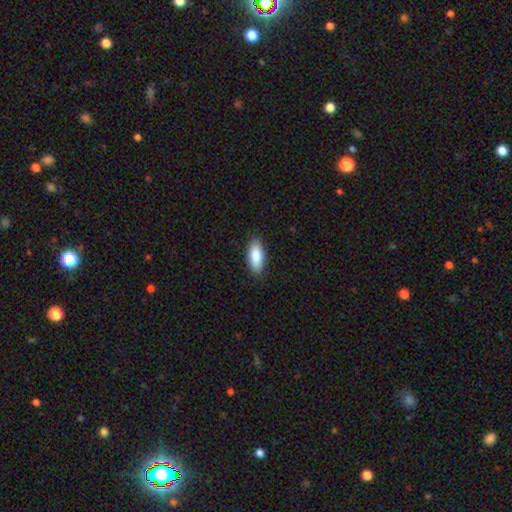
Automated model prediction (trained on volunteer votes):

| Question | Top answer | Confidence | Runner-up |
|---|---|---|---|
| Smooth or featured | smooth | 83% | featured or disk (11%) |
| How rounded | in between | 82% | cigar-shaped (16%) |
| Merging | none | 88% | minor disturbance (9%) |